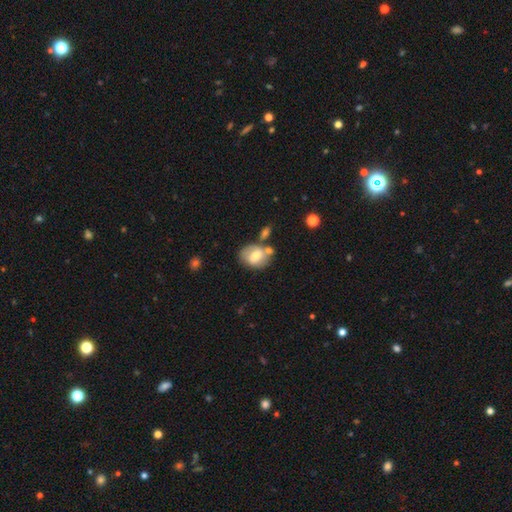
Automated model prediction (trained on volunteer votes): Q: Smooth or featured?
A: smooth (57%); runner-up: featured or disk (36%)
Q: How rounded?
A: in between (58%); runner-up: round (41%)
Q: Merging?
A: none (50%); runner-up: merger (23%)